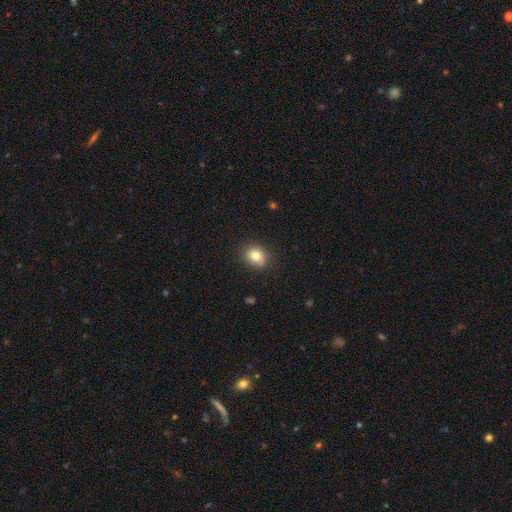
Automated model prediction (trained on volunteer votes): A smooth galaxy with no disk features (80%) that is round (63%).

Vote fractions:
- Smooth or featured? smooth: 80% / star or artifact: 11% / featured or disk: 9%
- How rounded? round: 63% / in between: 36% / cigar-shaped: 1%
- Merging? none: 77% / minor disturbance: 17% / major disturbance: 4% / merger: 2%